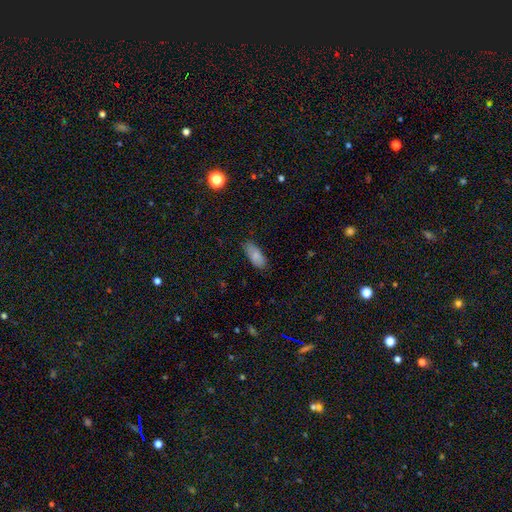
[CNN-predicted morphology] Overall: smooth (86%). How rounded: in between (86%). Merging: none (80%).